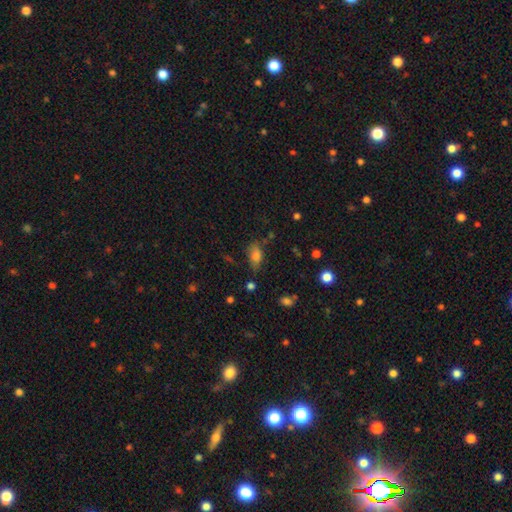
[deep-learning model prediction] The model was most divided on "merging": none: 58%, minor disturbance: 28%, major disturbance: 10%, merger: 4%. More confident: how rounded — in between (86%); smooth or featured — smooth (76%).